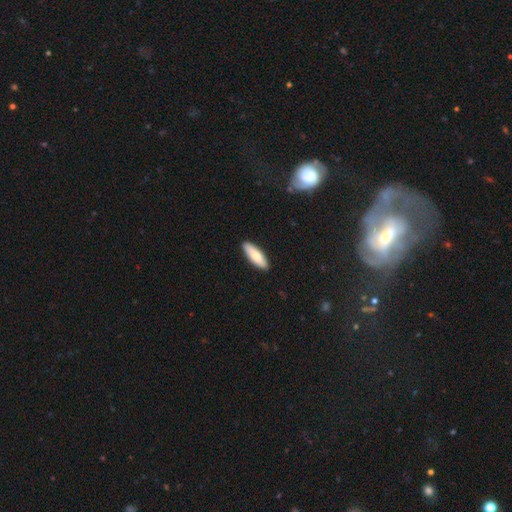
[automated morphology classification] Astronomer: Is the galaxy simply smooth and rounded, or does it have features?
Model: smooth — 80%.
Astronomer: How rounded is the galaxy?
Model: cigar-shaped — 51% (runner-up: in between, 47%).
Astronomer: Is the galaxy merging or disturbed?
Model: none — 91%.